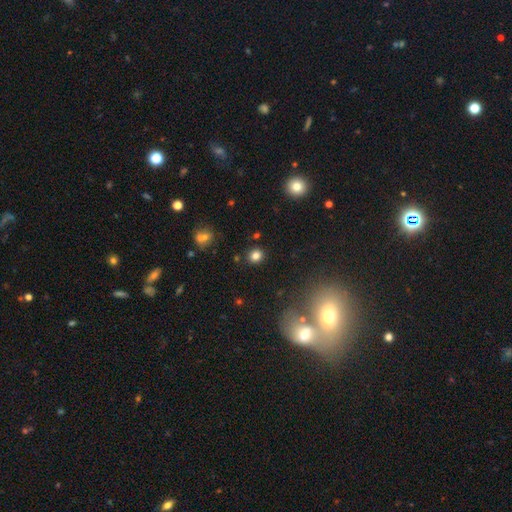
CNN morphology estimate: smooth_or_featured: smooth (p=0.80) [alt: star or artifact p=0.14]
how_rounded: round (p=0.83) [alt: in between p=0.16]
merging: none (p=0.89) [alt: minor disturbance p=0.07]